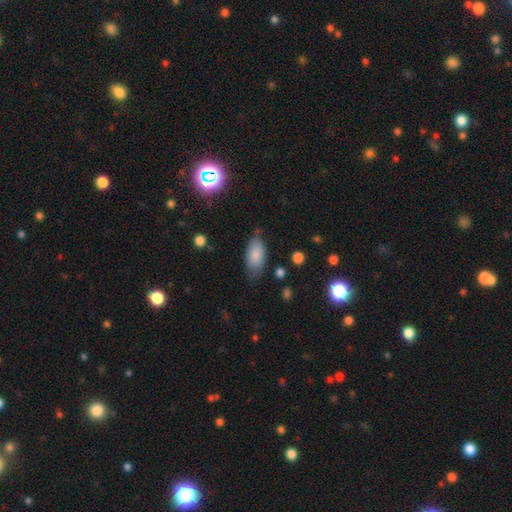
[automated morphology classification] This appears to be a smooth galaxy with no disk features (81%) that is in between round and cigar-shaped (90%). Merging: none (63%).